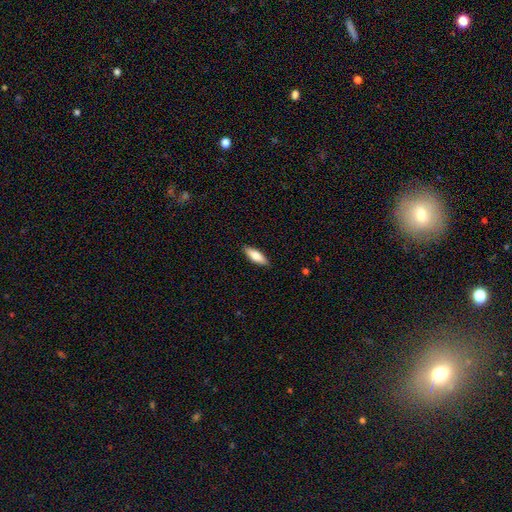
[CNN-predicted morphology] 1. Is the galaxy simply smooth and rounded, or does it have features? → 78% smooth, 16% featured or disk, 6% star or artifact.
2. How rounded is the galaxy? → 55% in between, 43% cigar-shaped, 2% round.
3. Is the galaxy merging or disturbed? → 89% none, 8% minor disturbance, 2% major disturbance, 1% merger.